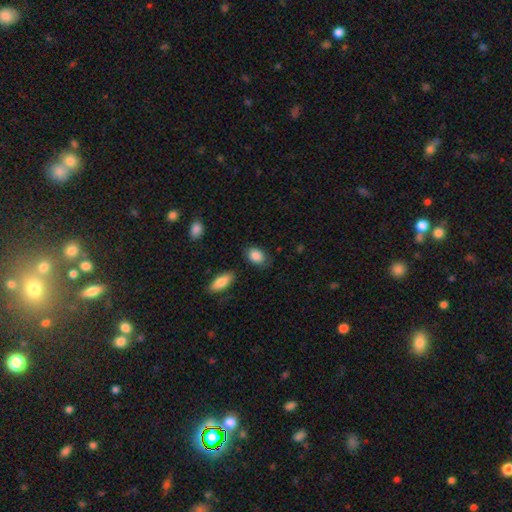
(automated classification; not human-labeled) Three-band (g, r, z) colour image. It shows a smooth galaxy with no disk features (88%) that is in between round and cigar-shaped (76%). Merging: none (77%).